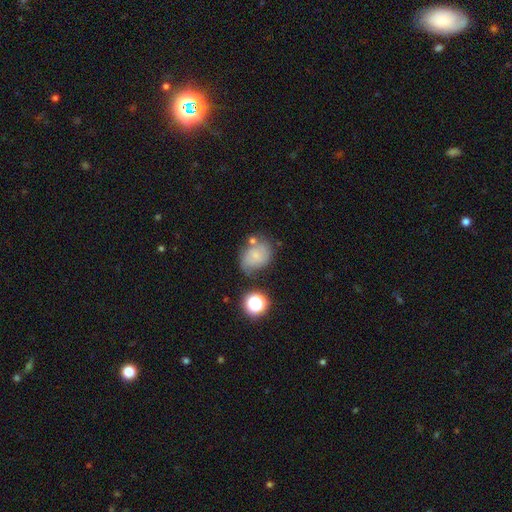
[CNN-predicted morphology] Overall: smooth (59%; featured or disk 27%). How rounded: in between (54%; round 45%). Merging: none (54%; minor disturbance 25%).